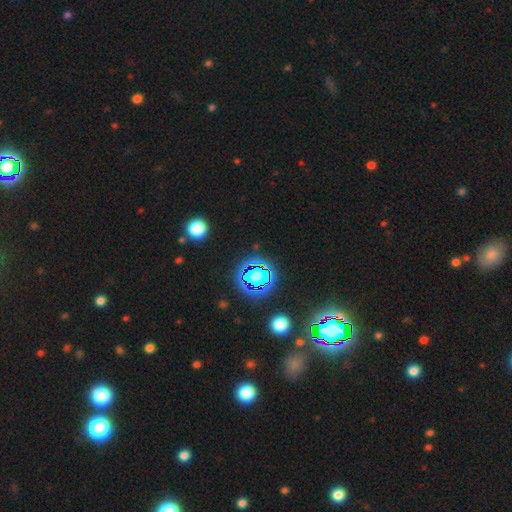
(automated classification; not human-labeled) Q: Smooth or featured?
A: star or artifact (80%); runner-up: smooth (12%)